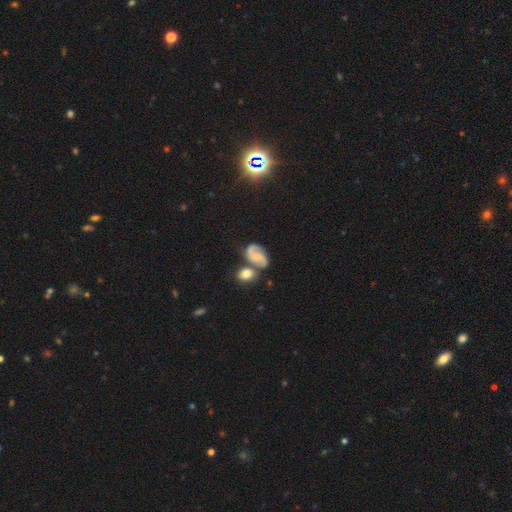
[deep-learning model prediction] The model was most divided on "bulge size": small: 38%, none: 36%, moderate: 19%, large: 5%, dominant: 2%. Remaining: edge-on disk — no (97%); spiral arms — yes (93%); spiral arm count — 2 (86%); smooth or featured — featured or disk (71%); bar — no (59%); spiral winding — medium (51%); merging — none (46%).